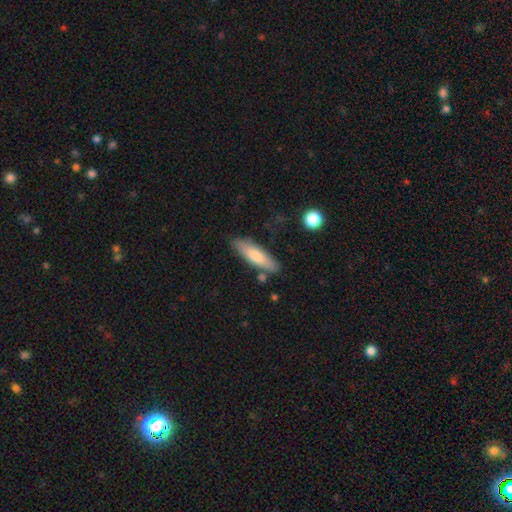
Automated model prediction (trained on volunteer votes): A smooth galaxy with no disk features (72%) that is cigar-shaped (64%).

Vote fractions:
- Smooth or featured? smooth: 72% / featured or disk: 22% / star or artifact: 6%
- How rounded? cigar-shaped: 64% / in between: 35% / round: 2%
- Merging? none: 82% / minor disturbance: 12% / merger: 4% / major disturbance: 2%